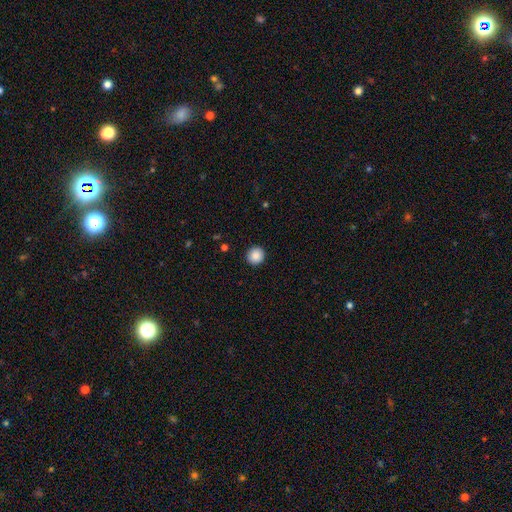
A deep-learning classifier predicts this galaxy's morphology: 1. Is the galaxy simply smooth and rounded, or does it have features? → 88% smooth, 9% star or artifact, 4% featured or disk.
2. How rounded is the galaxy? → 94% round, 5% in between, 1% cigar-shaped.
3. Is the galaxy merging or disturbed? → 93% none, 5% minor disturbance, 2% major disturbance, 1% merger.